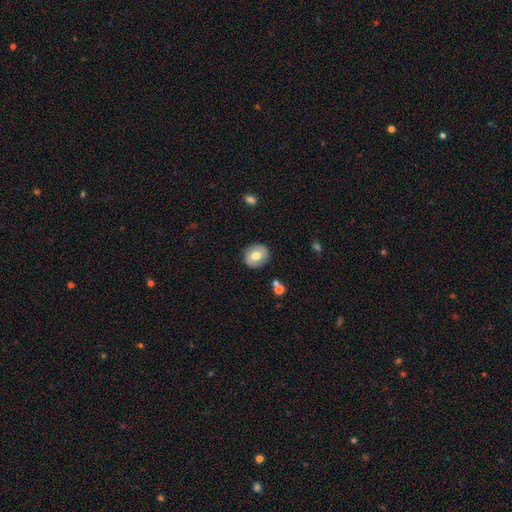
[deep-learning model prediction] Smooth or featured? Predicted: smooth (p=0.57). How rounded? Predicted: round (p=0.79). Merging? Predicted: none (p=0.86).